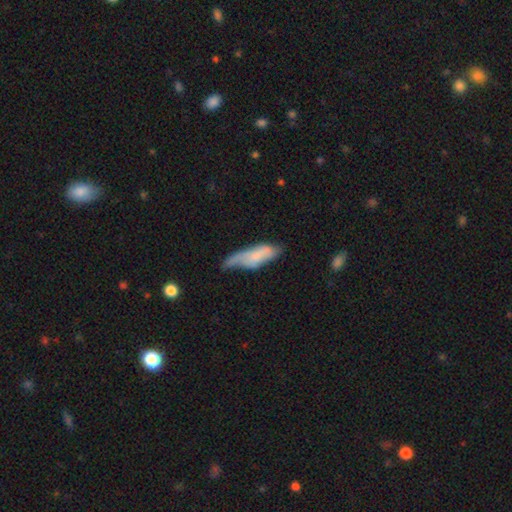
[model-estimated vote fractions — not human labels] A smooth galaxy with no disk features (61%) that is in between round and cigar-shaped (54%). Merging: minor disturbance (39%).